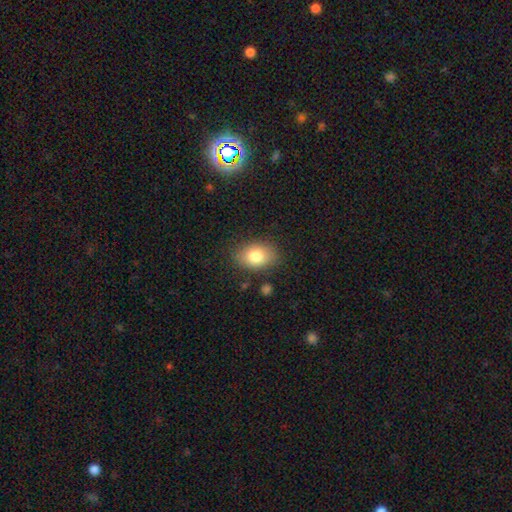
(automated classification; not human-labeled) The model was most divided on "how rounded": in between: 75%, round: 24%, cigar-shaped: 1%. More confident: smooth or featured — smooth (81%); merging — none (81%).